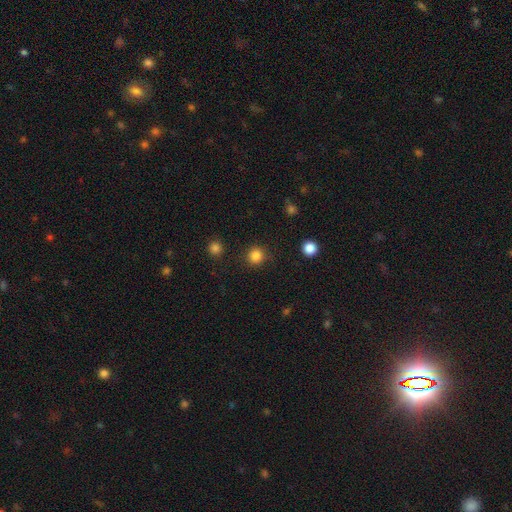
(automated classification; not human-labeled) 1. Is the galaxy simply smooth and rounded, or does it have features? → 85% smooth, 12% star or artifact, 3% featured or disk.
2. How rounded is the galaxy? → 94% round, 5% in between, 1% cigar-shaped.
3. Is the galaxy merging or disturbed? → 90% none, 6% minor disturbance, 3% major disturbance, 1% merger.